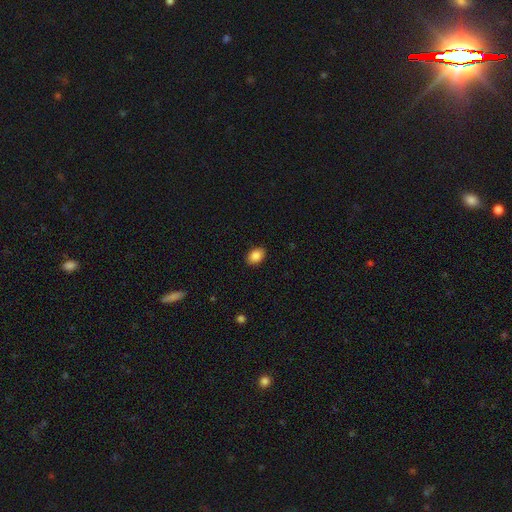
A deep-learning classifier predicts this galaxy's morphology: Q: Smooth or featured?
A: smooth (86%); runner-up: star or artifact (8%)
Q: How rounded?
A: in between (81%); runner-up: round (18%)
Q: Merging?
A: none (89%); runner-up: minor disturbance (8%)